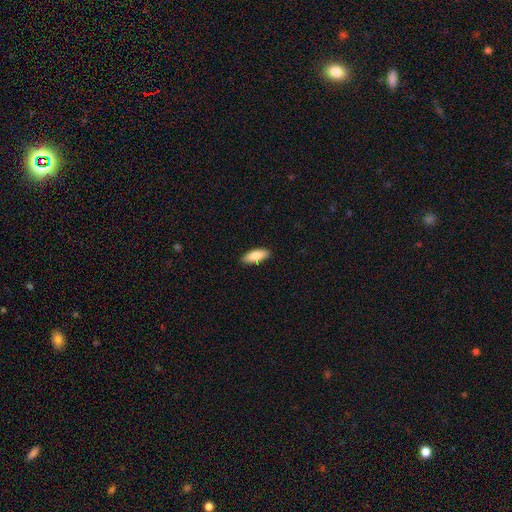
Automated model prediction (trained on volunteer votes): A smooth galaxy with no disk features (82%) that is in between round and cigar-shaped (75%). Merging: none (88%).